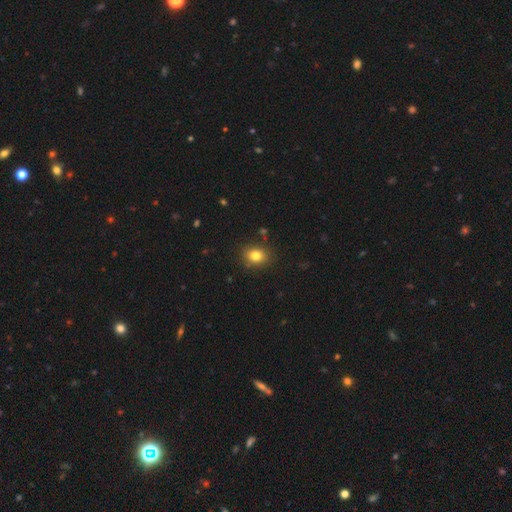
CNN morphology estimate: smooth_or_featured: smooth (p=0.82) [alt: star or artifact p=0.11]
how_rounded: in between (p=0.54) [alt: round p=0.45]
merging: none (p=0.84) [alt: minor disturbance p=0.11]